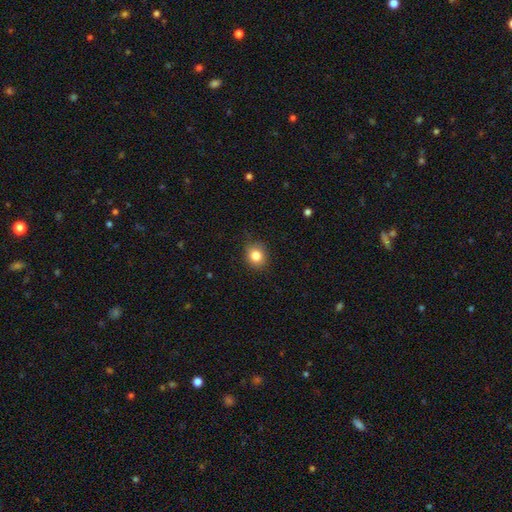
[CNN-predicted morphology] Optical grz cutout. It shows a smooth galaxy with no disk features (83%) that is round (70%). Merging: none (85%).